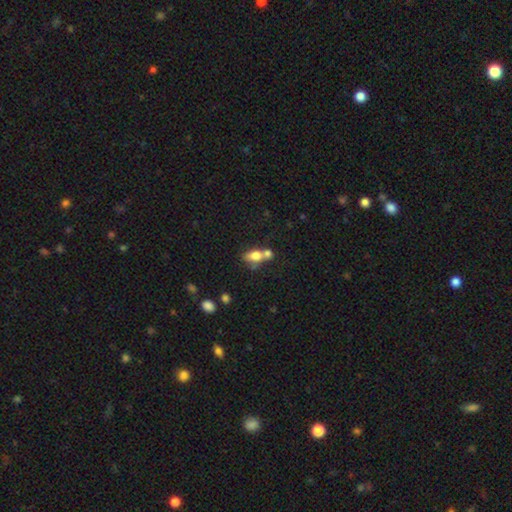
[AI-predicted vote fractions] Q: Smooth or featured?
A: smooth (73%); runner-up: featured or disk (18%)
Q: How rounded?
A: in between (75%); runner-up: round (18%)
Q: Merging?
A: merger (49%); runner-up: none (34%)